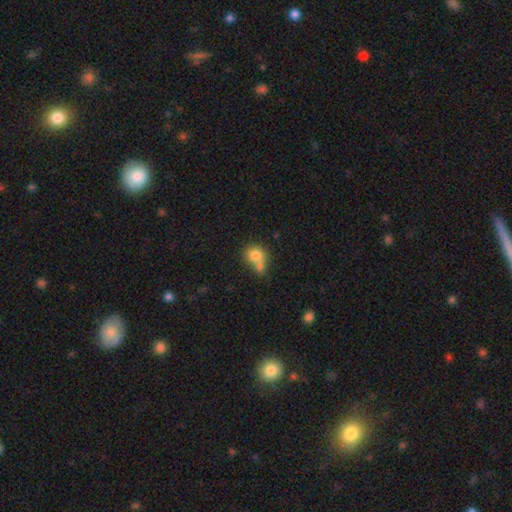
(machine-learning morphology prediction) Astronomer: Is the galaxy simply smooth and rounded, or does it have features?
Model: smooth — 77%.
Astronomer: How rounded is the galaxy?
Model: round — 72%.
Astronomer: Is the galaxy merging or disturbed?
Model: merger — 49% (runner-up: none, 32%).